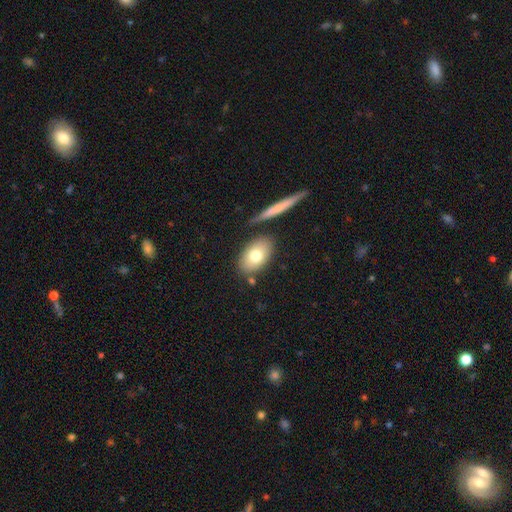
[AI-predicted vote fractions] Q: Smooth or featured?
A: smooth (74%); runner-up: featured or disk (18%)
Q: How rounded?
A: in between (88%); runner-up: round (9%)
Q: Merging?
A: none (77%); runner-up: minor disturbance (12%)